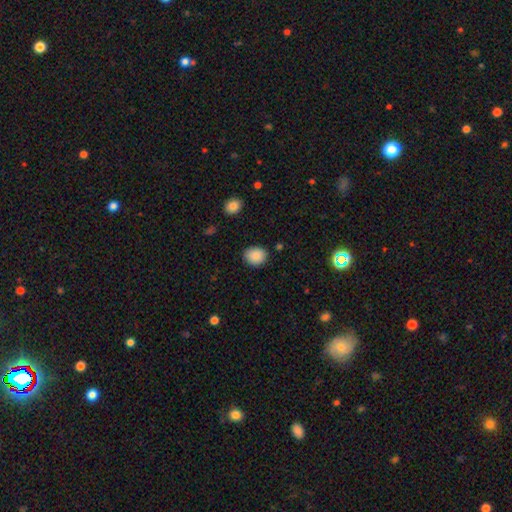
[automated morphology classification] smooth_or_featured: smooth (p=0.87) [alt: star or artifact p=0.08]
how_rounded: round (p=0.60) [alt: in between p=0.39]
merging: none (p=0.83) [alt: minor disturbance p=0.13]